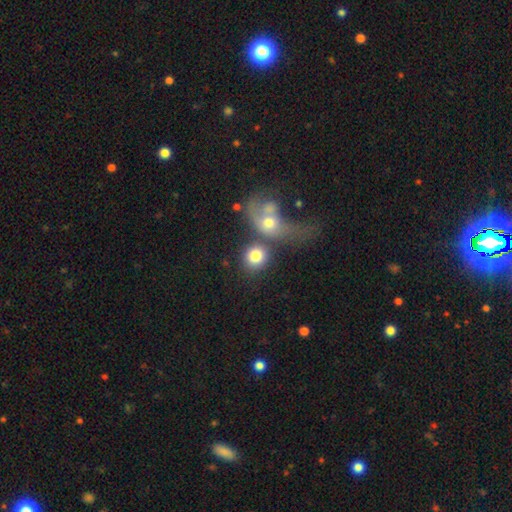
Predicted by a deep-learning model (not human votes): smooth-or-featured: smooth: 74% | featured or disk: 16% | star or artifact: 10%
  how-rounded: round: 78% | in between: 21% | cigar-shaped: 1%
  merging: merger: 46% | none: 35% | major disturbance: 10% | minor disturbance: 9%